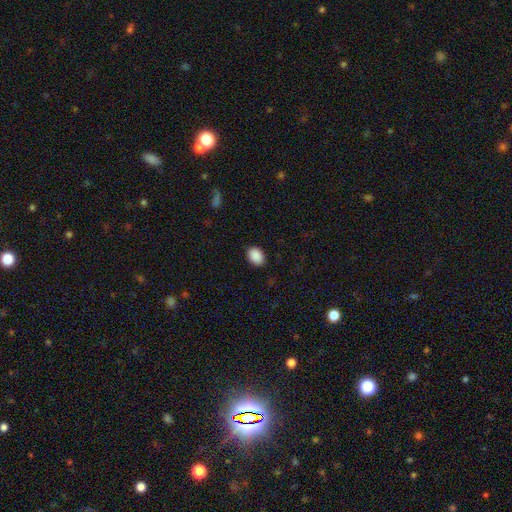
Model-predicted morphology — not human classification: type=smooth (90%); roundness=in between (76%); merging=none (89%).